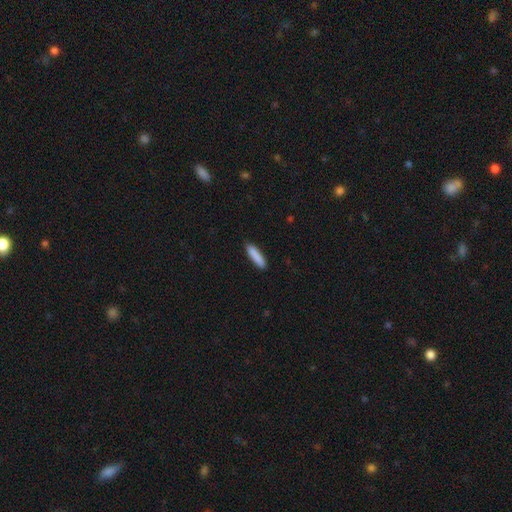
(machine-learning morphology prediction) Smooth or featured?
  - smooth: 88% *
  - star or artifact: 6%
  - featured or disk: 6%
How rounded?
  - cigar-shaped: 78% *
  - in between: 20%
  - round: 1%
Merging?
  - none: 88% *
  - minor disturbance: 9%
  - major disturbance: 2%
  - merger: 1%